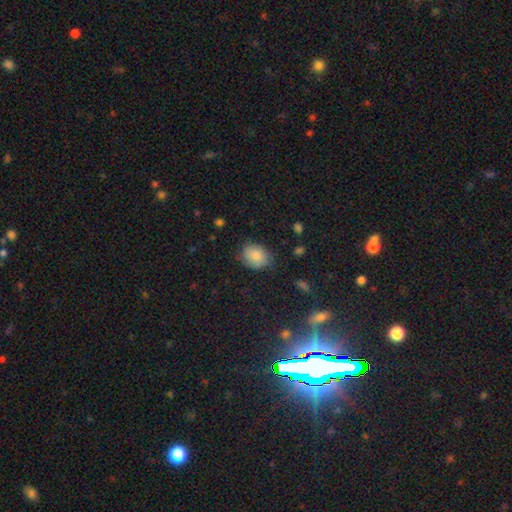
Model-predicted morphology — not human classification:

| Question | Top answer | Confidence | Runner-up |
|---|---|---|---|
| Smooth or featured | smooth | 83% | featured or disk (9%) |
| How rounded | in between | 57% | round (42%) |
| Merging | none | 74% | minor disturbance (20%) |